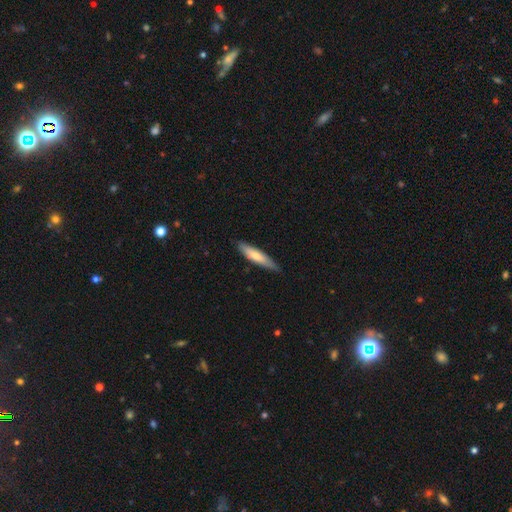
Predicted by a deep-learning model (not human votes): Q: Smooth or featured?
A: smooth (66%); runner-up: featured or disk (29%)
Q: How rounded?
A: cigar-shaped (81%); runner-up: in between (17%)
Q: Merging?
A: none (82%); runner-up: minor disturbance (15%)